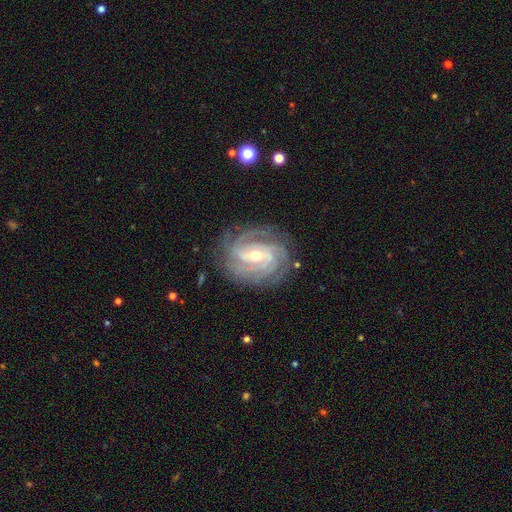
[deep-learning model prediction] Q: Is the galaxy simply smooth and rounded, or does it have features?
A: featured or disk — 91%.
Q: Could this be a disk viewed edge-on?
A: no — 97%.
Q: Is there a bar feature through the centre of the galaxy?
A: weak — 46%.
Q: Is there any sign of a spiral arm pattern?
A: yes — 98%.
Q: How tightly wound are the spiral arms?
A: tight — 71%.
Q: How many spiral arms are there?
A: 4 — 31%.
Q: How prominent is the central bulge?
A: moderate — 50%.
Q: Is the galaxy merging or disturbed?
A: none — 81%.